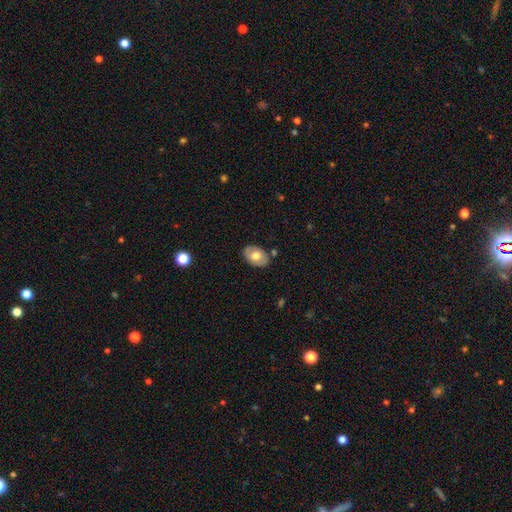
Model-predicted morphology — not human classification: smooth_or_featured: smooth (p=0.62) [alt: featured or disk p=0.31]
how_rounded: in between (p=0.86) [alt: round p=0.13]
merging: none (p=0.83) [alt: minor disturbance p=0.11]